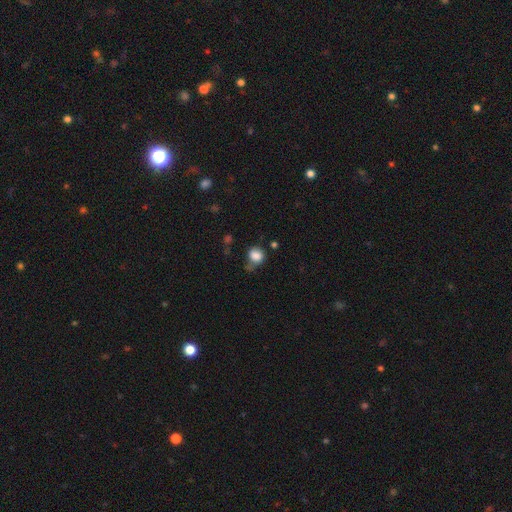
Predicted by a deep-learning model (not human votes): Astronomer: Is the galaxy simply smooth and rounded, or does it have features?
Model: smooth — 84%.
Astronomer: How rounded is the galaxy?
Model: round — 72%.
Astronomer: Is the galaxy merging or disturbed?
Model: none — 54%.